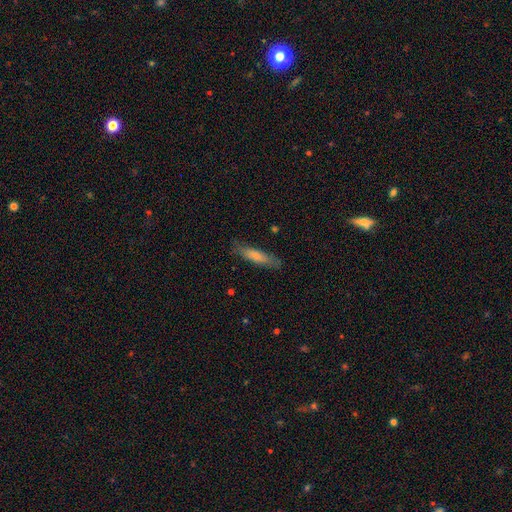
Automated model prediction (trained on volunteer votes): smooth-or-featured: smooth: 74% | featured or disk: 20% | star or artifact: 6%
  how-rounded: cigar-shaped: 80% | in between: 18% | round: 1%
  merging: none: 82% | minor disturbance: 14% | major disturbance: 3% | merger: 1%